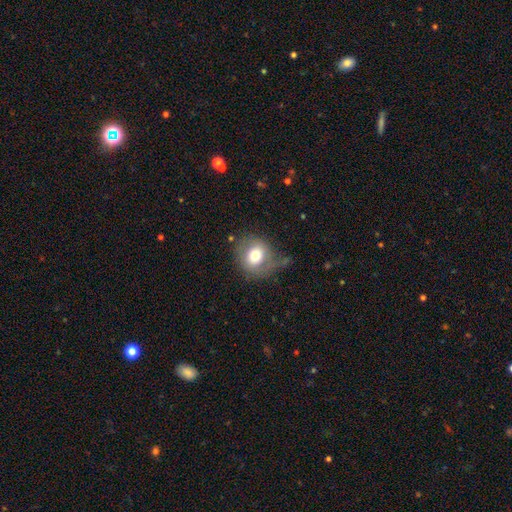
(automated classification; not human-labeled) Smooth or featured?
  - smooth: 69% *
  - featured or disk: 22%
  - star or artifact: 9%
How rounded?
  - round: 74% *
  - in between: 25%
  - cigar-shaped: 1%
Merging?
  - none: 57% *
  - minor disturbance: 24%
  - major disturbance: 15%
  - merger: 4%